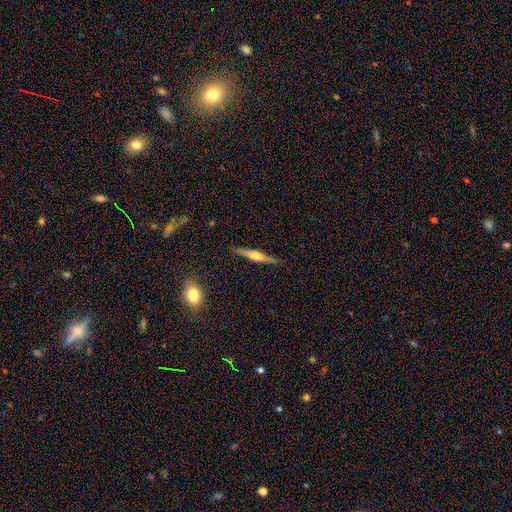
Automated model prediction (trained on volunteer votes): Smooth or featured?
  - featured or disk: 72% *
  - smooth: 22%
  - star or artifact: 6%
Edge-on disk?
  - yes: 98% *
  - no: 2%
Edge-on bulge?
  - rounded: 90% *
  - boxy: 7%
  - none: 4%
Merging?
  - none: 90% *
  - minor disturbance: 7%
  - major disturbance: 2%
  - merger: 1%